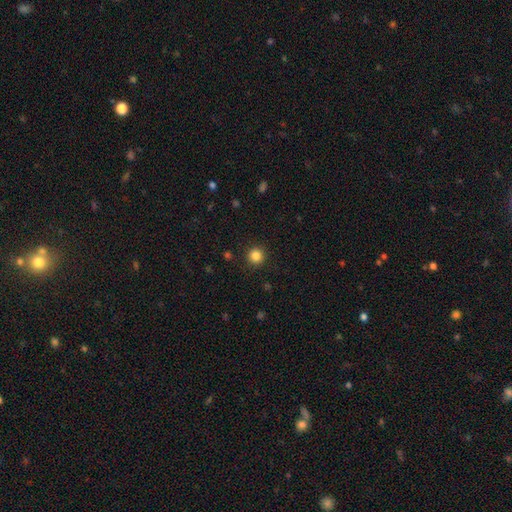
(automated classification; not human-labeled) The model was most divided on "smooth or featured": smooth: 85%, star or artifact: 12%, featured or disk: 4%. More confident: how rounded — round (95%); merging — none (92%).